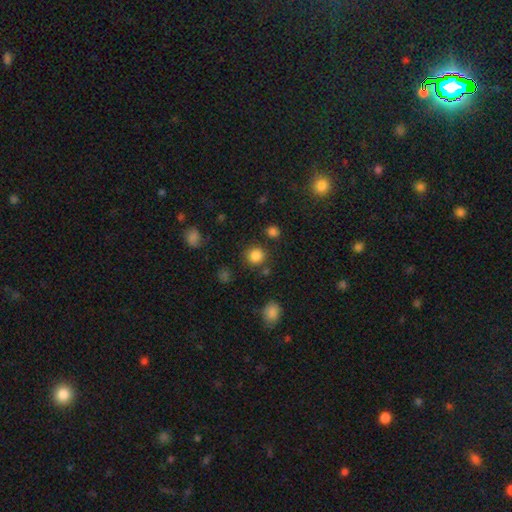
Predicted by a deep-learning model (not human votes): Q: Smooth or featured?
A: smooth (84%); runner-up: star or artifact (12%)
Q: How rounded?
A: round (90%); runner-up: in between (9%)
Q: Merging?
A: none (84%); runner-up: minor disturbance (8%)